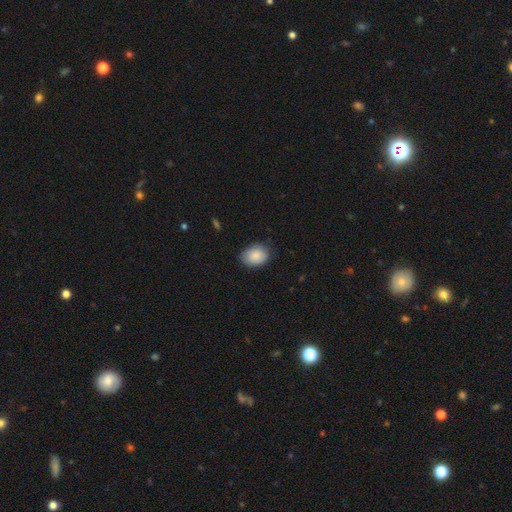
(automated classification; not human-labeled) This is clearly a smooth galaxy (87%). How rounded: likely in between (71%). Merging: likely none (77%).